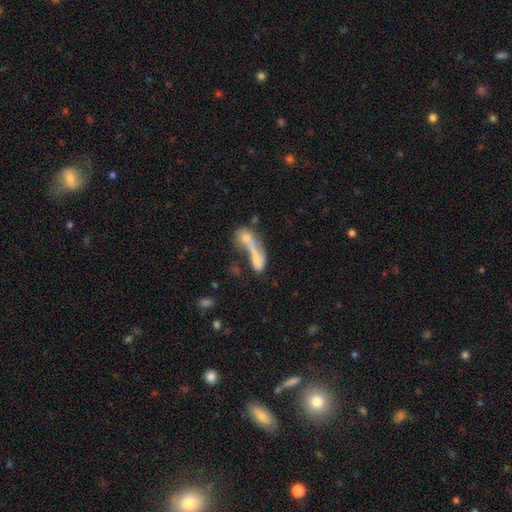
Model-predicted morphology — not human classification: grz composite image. It shows a smooth galaxy with no disk features (56%) that is cigar-shaped (56%). Merging: merger (52%).